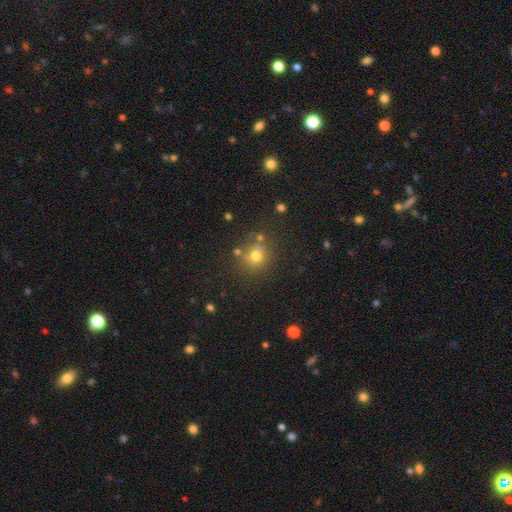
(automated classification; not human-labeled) Q: Smooth or featured?
A: smooth (71%); runner-up: star or artifact (19%)
Q: How rounded?
A: round (86%); runner-up: in between (13%)
Q: Merging?
A: none (70%); runner-up: minor disturbance (13%)